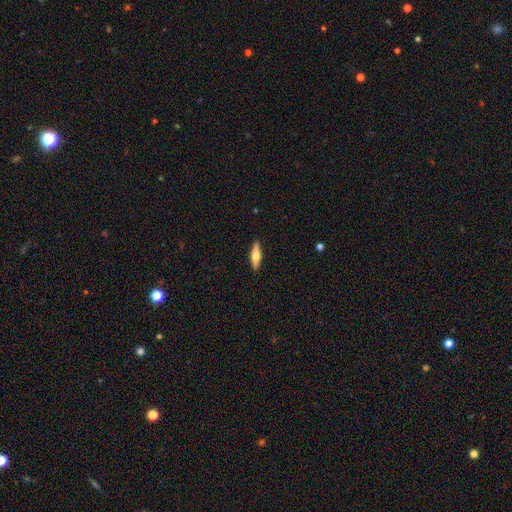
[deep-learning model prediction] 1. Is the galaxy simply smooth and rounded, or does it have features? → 52% featured or disk, 42% smooth, 6% star or artifact.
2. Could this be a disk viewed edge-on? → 94% yes, 6% no.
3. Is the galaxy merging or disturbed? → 90% none, 7% minor disturbance, 2% major disturbance, 1% merger.